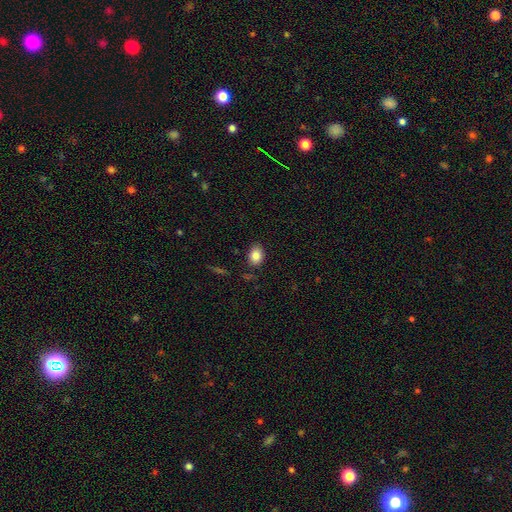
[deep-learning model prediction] This appears to be a smooth galaxy with no disk features (84%) that is in between round and cigar-shaped (69%). Merging: none (82%).